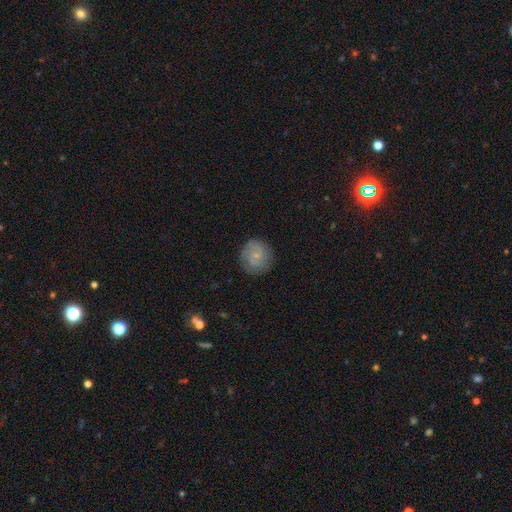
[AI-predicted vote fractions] Overall: smooth (56%; featured or disk 36%). How rounded: round (89%). Merging: none (77%).